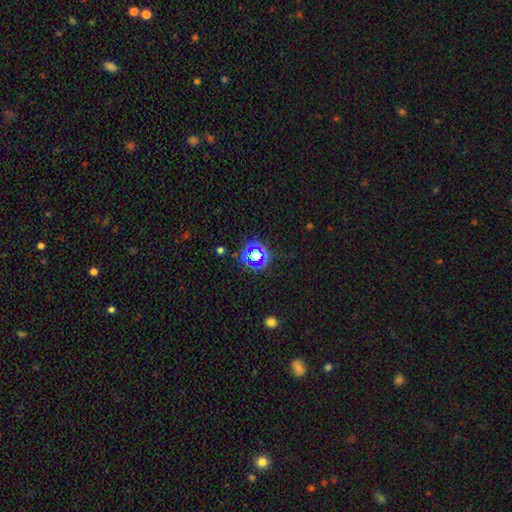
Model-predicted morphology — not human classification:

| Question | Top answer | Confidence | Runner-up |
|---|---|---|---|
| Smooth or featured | star or artifact | 67% | smooth (22%) |